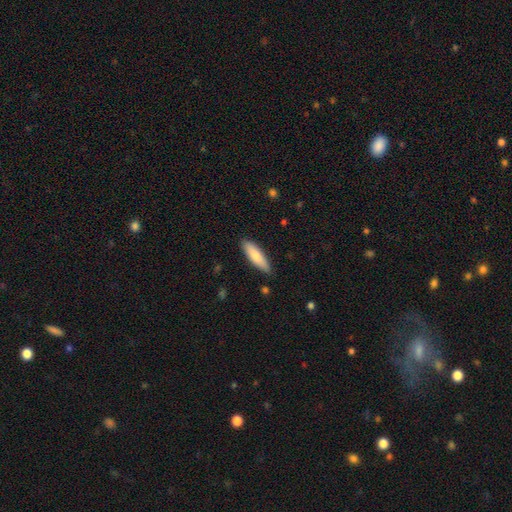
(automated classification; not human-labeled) Smooth or featured? smooth (79%)
How rounded? cigar-shaped (59%)
Merging? none (86%)